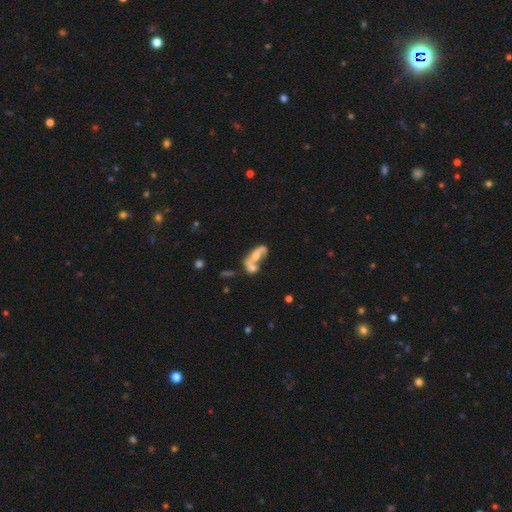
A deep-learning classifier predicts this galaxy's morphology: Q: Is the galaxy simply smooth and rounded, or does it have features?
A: featured or disk — 46%.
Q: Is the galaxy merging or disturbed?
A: merger — 60%.